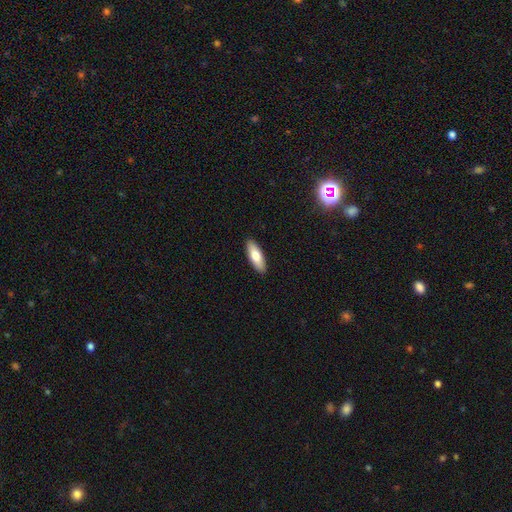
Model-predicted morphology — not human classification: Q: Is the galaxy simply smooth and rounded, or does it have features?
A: smooth — 75%.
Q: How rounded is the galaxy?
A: in between — 62%.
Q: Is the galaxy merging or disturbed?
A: none — 91%.